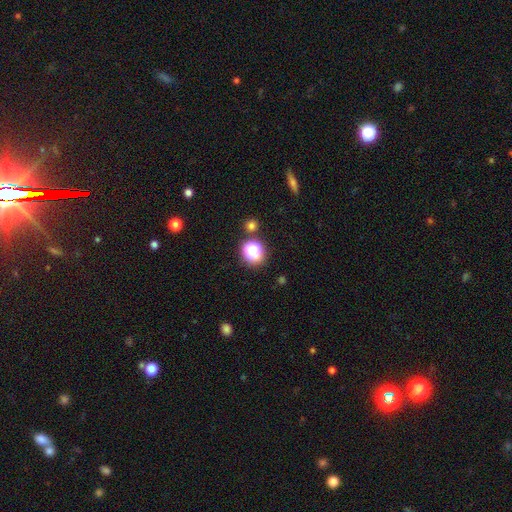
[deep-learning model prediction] Overall: smooth (54%; star or artifact 38%). How rounded: round (82%). Merging: none (75%).